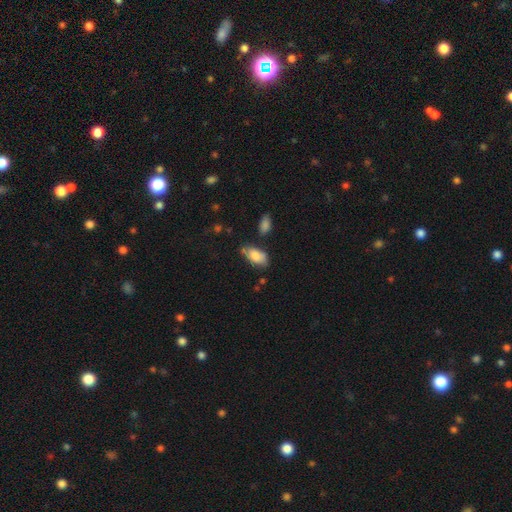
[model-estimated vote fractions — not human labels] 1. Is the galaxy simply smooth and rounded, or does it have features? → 82% smooth, 12% featured or disk, 7% star or artifact.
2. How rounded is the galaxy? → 93% in between, 4% cigar-shaped, 3% round.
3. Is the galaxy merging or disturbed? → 60% none, 25% minor disturbance, 8% merger, 6% major disturbance.